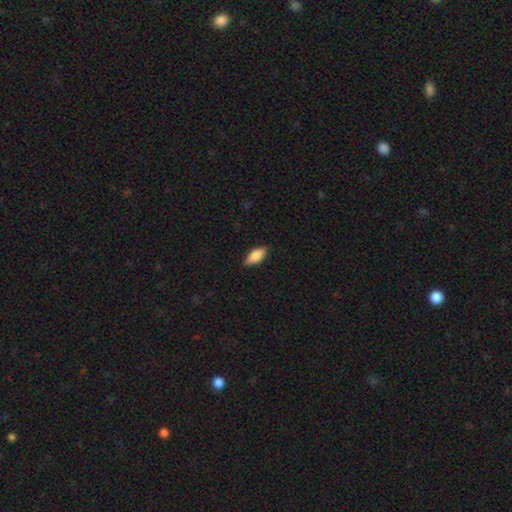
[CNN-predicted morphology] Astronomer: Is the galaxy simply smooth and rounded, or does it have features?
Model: smooth — 79%.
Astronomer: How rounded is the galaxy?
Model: in between — 81%.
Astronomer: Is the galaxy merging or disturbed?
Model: none — 86%.